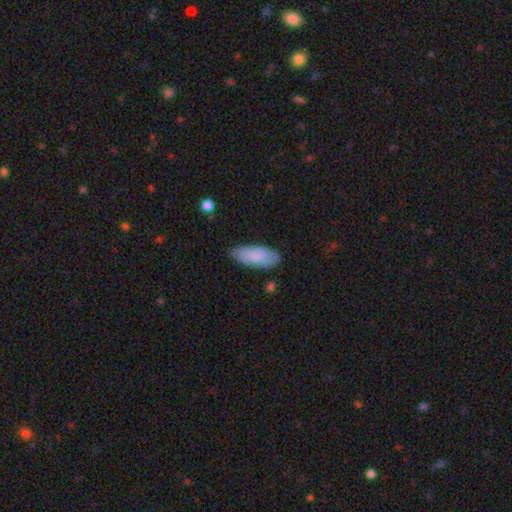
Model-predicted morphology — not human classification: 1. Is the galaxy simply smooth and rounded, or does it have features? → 78% smooth, 16% featured or disk, 6% star or artifact.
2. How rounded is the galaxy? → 83% in between, 15% cigar-shaped, 2% round.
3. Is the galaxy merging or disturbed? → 73% none, 21% minor disturbance, 4% major disturbance, 2% merger.